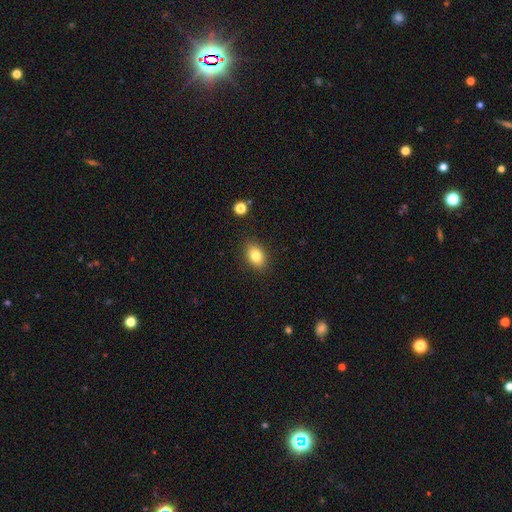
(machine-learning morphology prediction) Smooth or featured? smooth (81%)
How rounded? in between (84%)
Merging? none (87%)